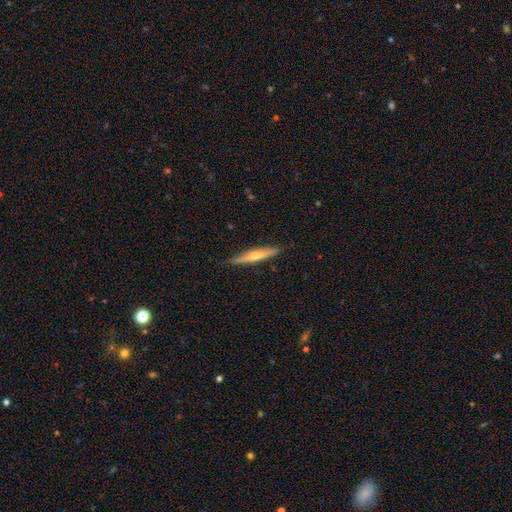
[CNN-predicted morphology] This appears to be a smooth galaxy with no disk features (48%). Merging: none (85%).